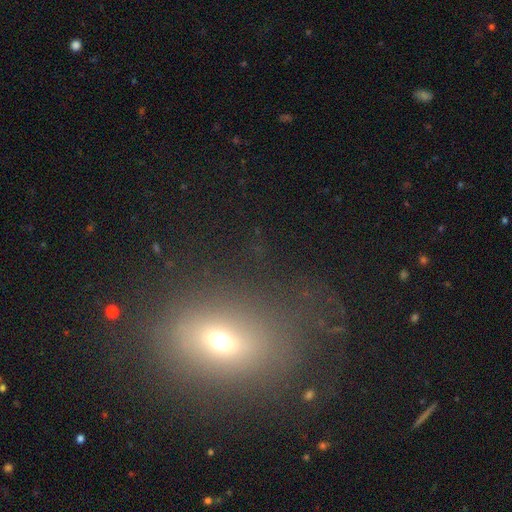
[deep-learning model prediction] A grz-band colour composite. It shows a smooth galaxy with no disk features (50%) that is in between round and cigar-shaped (63%). Merging: none (68%).